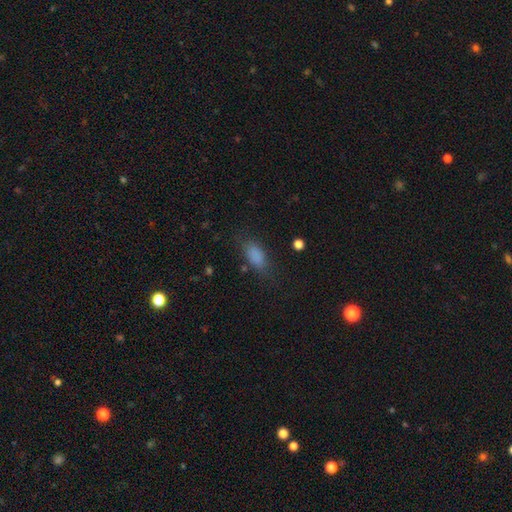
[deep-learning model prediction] smooth-or-featured: smooth: 83% | star or artifact: 10% | featured or disk: 7%
  how-rounded: in between: 85% | cigar-shaped: 10% | round: 5%
  merging: none: 69% | minor disturbance: 20% | major disturbance: 9% | merger: 2%